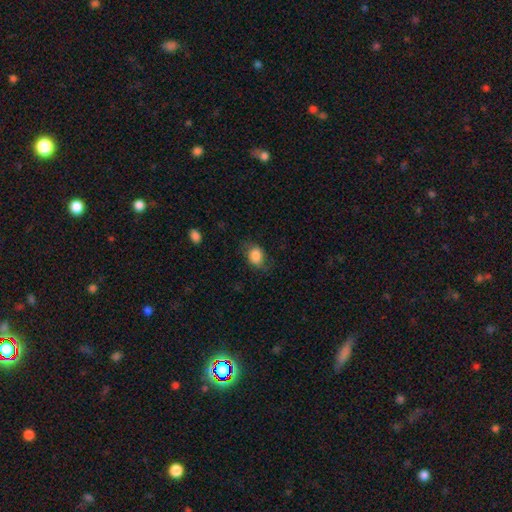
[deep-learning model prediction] Smooth or featured: smooth — 81% (featured or disk — 11%)
How rounded: in between — 61% (round — 38%)
Merging: none — 65% (minor disturbance — 24%)